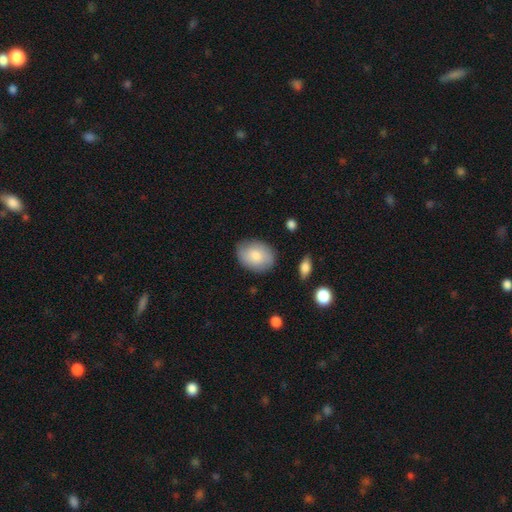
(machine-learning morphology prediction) Smooth or featured?
  - smooth: 75% *
  - featured or disk: 19%
  - star or artifact: 6%
How rounded?
  - in between: 64% *
  - round: 35%
  - cigar-shaped: 1%
Merging?
  - none: 81% *
  - minor disturbance: 15%
  - major disturbance: 3%
  - merger: 1%